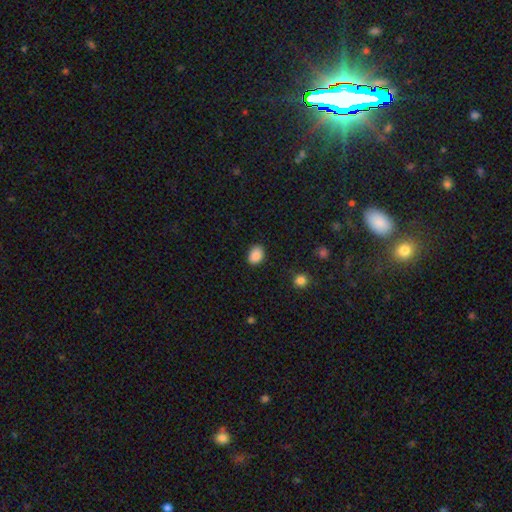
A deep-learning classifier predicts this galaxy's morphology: Overall: smooth (89%). How rounded: in between (66%; round 33%). Merging: none (85%).